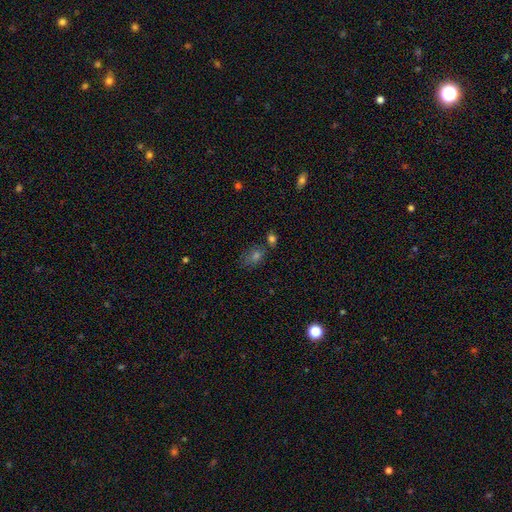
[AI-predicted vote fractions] Smooth or featured? Predicted: smooth (p=0.58). How rounded? Predicted: in between (p=0.64). Merging? Predicted: none (p=0.60).